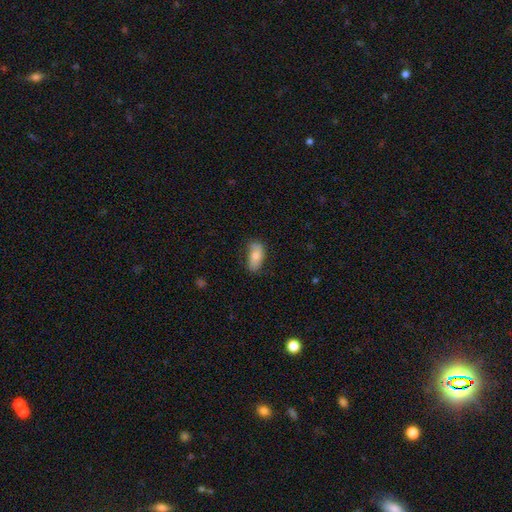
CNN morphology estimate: smooth_or_featured: smooth (p=0.63) [alt: featured or disk p=0.30]
how_rounded: in between (p=0.90) [alt: cigar-shaped p=0.05]
merging: none (p=0.68) [alt: minor disturbance p=0.25]